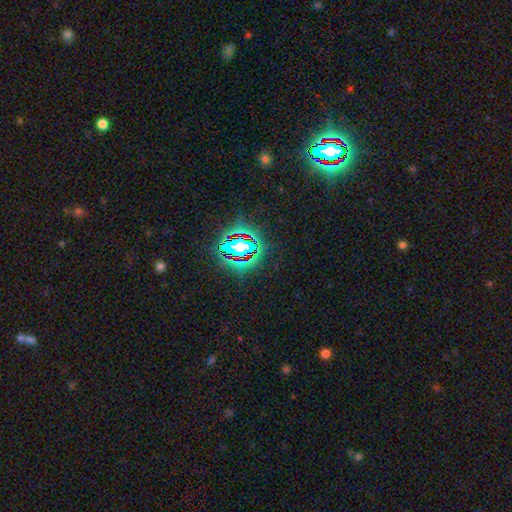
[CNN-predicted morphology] A star or artifact, not a galaxy (82%).